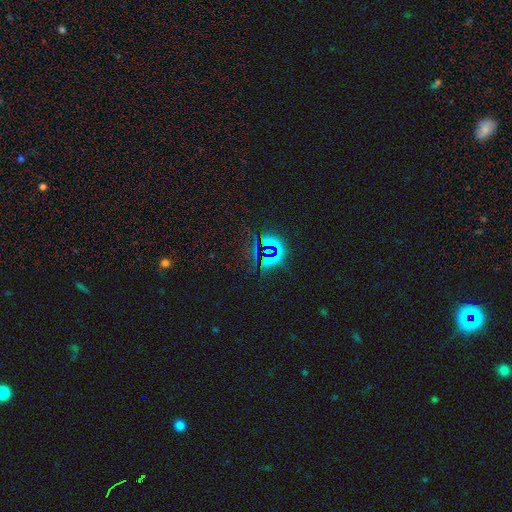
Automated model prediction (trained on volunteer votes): smooth-or-featured: star or artifact: 81% | smooth: 11% | featured or disk: 8%